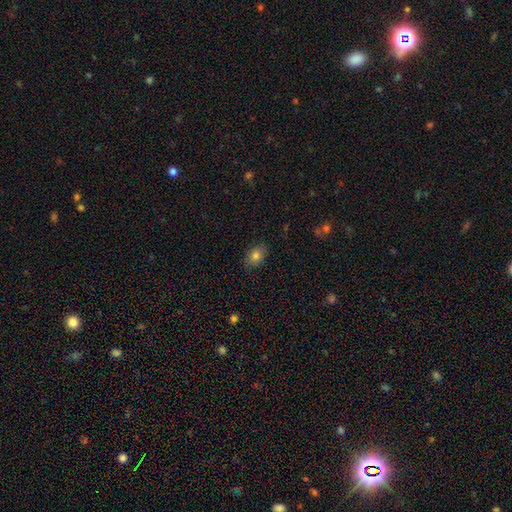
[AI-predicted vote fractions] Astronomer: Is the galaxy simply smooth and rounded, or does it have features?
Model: smooth — 82%.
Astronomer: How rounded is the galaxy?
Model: in between — 79%.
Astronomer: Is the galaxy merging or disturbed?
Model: none — 85%.